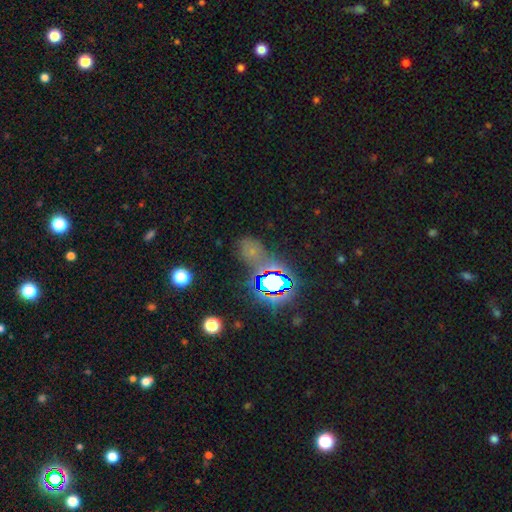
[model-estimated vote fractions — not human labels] This appears to be a star or artifact, not a galaxy (75%).